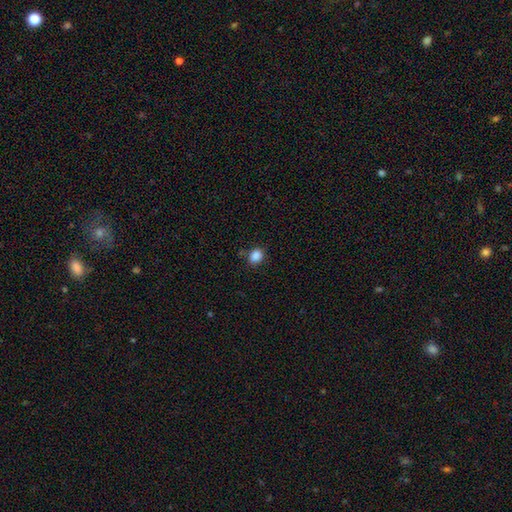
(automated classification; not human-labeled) smooth-or-featured: smooth: 86% | star or artifact: 11% | featured or disk: 3%
  how-rounded: round: 57% | in between: 43% | cigar-shaped: 1%
  merging: none: 80% | minor disturbance: 13% | major disturbance: 3% | merger: 3%